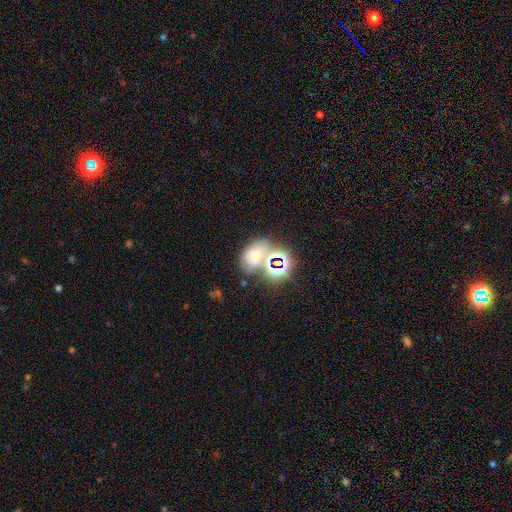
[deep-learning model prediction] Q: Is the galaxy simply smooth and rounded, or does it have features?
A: smooth — 50%.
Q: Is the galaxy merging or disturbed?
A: none — 45%.